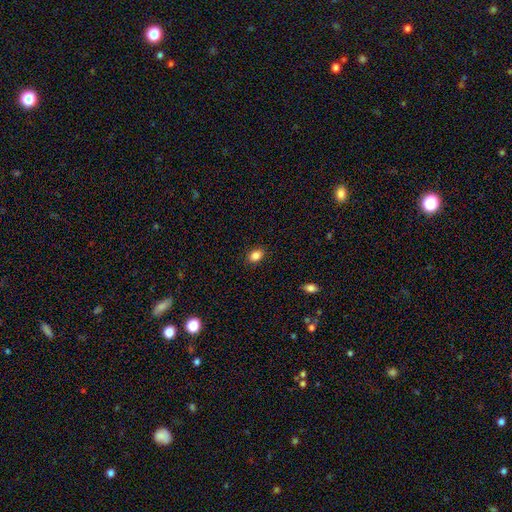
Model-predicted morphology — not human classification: Smooth or featured?
  - smooth: 86% *
  - star or artifact: 9%
  - featured or disk: 5%
How rounded?
  - in between: 76% *
  - round: 23%
  - cigar-shaped: 1%
Merging?
  - none: 89% *
  - minor disturbance: 8%
  - major disturbance: 2%
  - merger: 1%